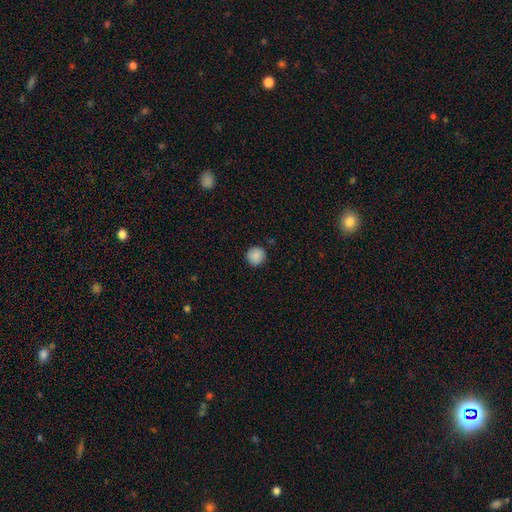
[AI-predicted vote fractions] This appears to be a smooth galaxy with no disk features (88%) that is round (94%). Merging: none (89%).